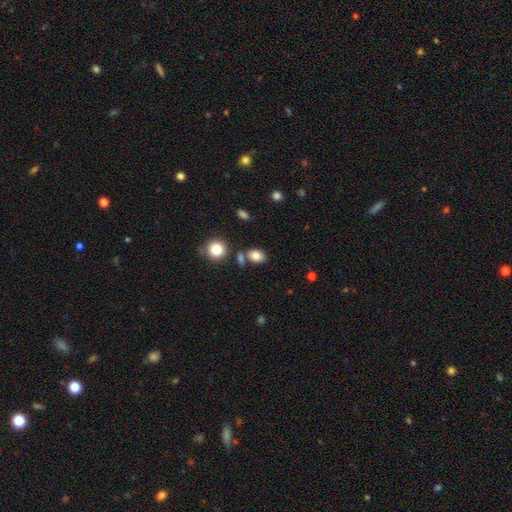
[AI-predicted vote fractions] A smooth galaxy with no disk features (81%) that is in between round and cigar-shaped (74%).

Vote fractions:
- Smooth or featured? smooth: 81% / star or artifact: 10% / featured or disk: 9%
- How rounded? in between: 74% / round: 25% / cigar-shaped: 1%
- Merging? none: 69% / merger: 14% / minor disturbance: 13% / major disturbance: 4%